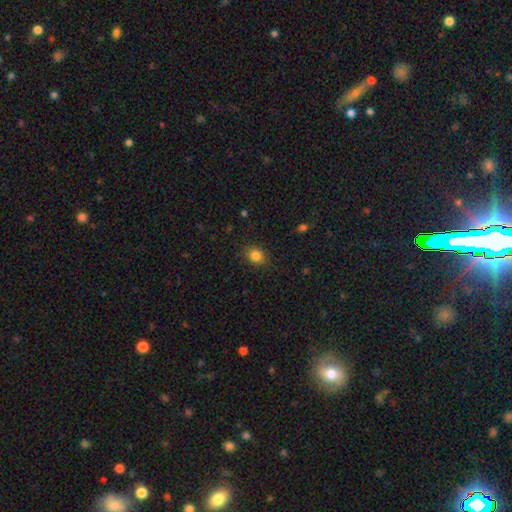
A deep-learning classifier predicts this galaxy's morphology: This appears to be a smooth galaxy with no disk features (85%) that is round (54%). Merging: none (85%).